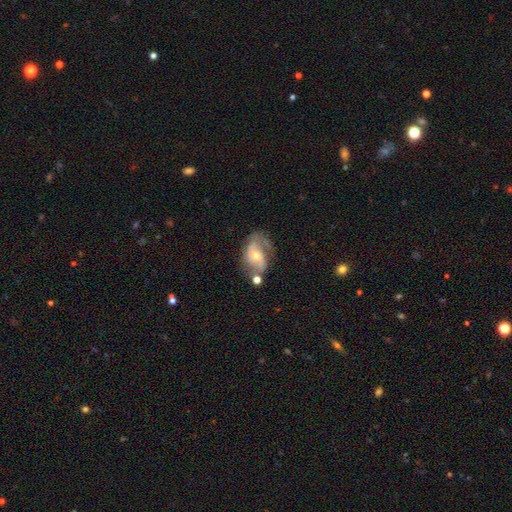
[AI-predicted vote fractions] Q: Smooth or featured?
A: featured or disk (75%); runner-up: smooth (18%)
Q: Edge-on disk?
A: no (96%); runner-up: yes (4%)
Q: Bar?
A: no (57%); runner-up: weak (32%)
Q: Spiral arms?
A: yes (88%); runner-up: no (12%)
Q: Spiral winding?
A: medium (45%); runner-up: loose (33%)
Q: Spiral arm count?
A: 2 (71%); runner-up: 1 (13%)
Q: Bulge size?
A: moderate (49%); runner-up: small (46%)
Q: Merging?
A: none (50%); runner-up: minor disturbance (23%)